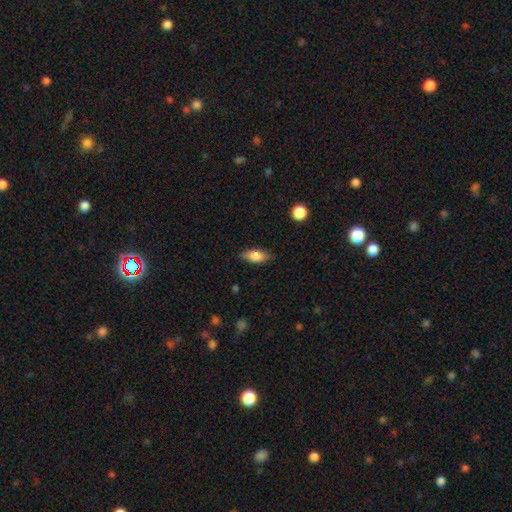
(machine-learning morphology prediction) Smooth or featured: smooth — 81% (featured or disk — 12%)
How rounded: in between — 85% (cigar-shaped — 11%)
Merging: none — 81% (minor disturbance — 15%)